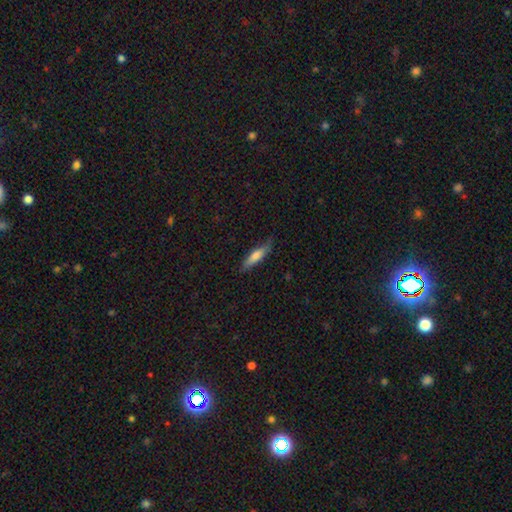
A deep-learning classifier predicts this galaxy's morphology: Smooth or featured? smooth (64%)
How rounded? cigar-shaped (78%)
Merging? none (80%)